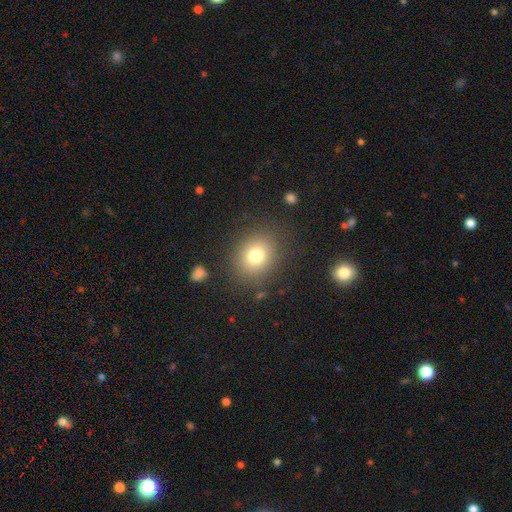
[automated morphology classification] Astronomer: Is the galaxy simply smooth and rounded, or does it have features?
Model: smooth — 77%.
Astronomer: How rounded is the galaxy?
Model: round — 65%.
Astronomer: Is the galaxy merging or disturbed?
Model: none — 84%.